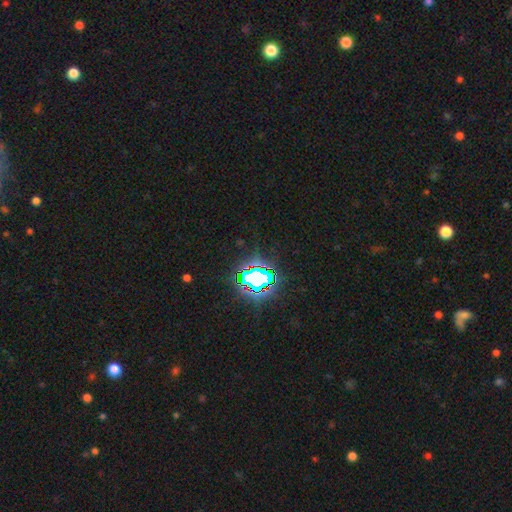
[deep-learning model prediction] Morphology: type=star or artifact (84%).